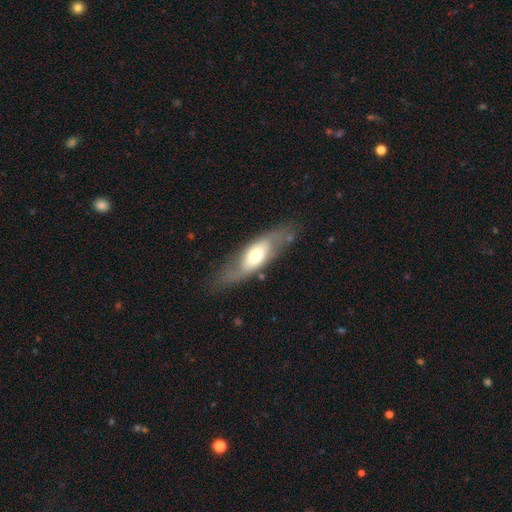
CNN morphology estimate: Q: Smooth or featured?
A: featured or disk (48%); runner-up: smooth (46%)
Q: Merging?
A: none (66%); runner-up: minor disturbance (21%)